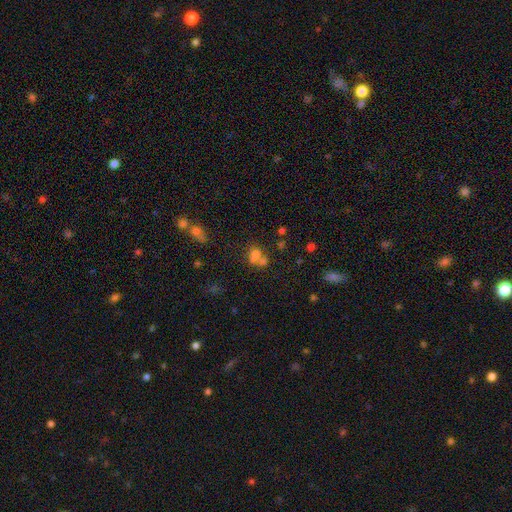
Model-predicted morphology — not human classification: A smooth galaxy with no disk features (64%) that is round (55%).

Vote fractions:
- Smooth or featured? smooth: 64% / star or artifact: 20% / featured or disk: 16%
- How rounded? round: 55% / in between: 43% / cigar-shaped: 2%
- Merging? merger: 51% / none: 33% / minor disturbance: 10% / major disturbance: 6%